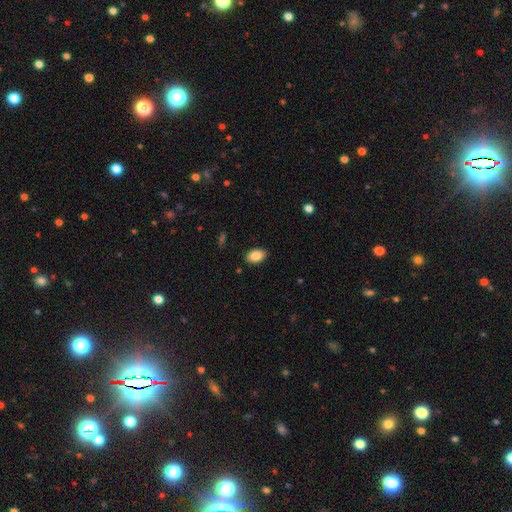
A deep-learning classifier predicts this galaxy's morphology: Overall: smooth (85%). How rounded: in between (90%). Merging: none (88%).